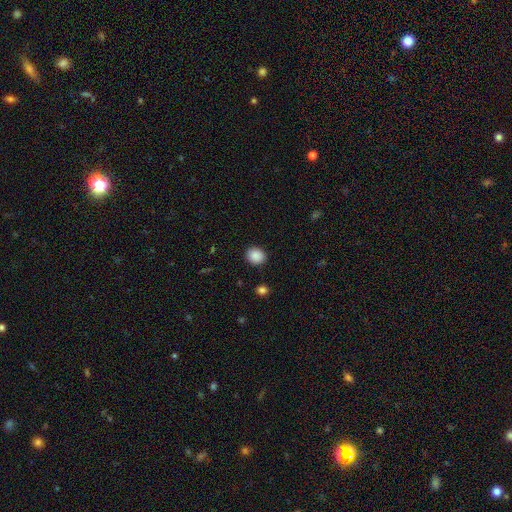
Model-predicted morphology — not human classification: type=smooth (89%); roundness=round (66%); merging=none (90%).